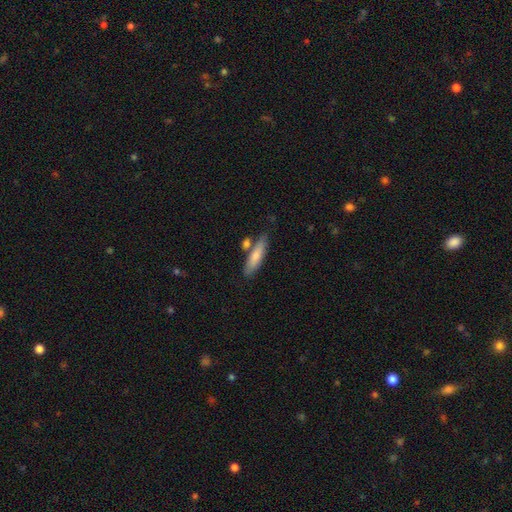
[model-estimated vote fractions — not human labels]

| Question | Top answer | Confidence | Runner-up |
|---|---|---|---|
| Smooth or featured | smooth | 77% | featured or disk (18%) |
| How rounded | cigar-shaped | 66% | in between (32%) |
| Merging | none | 68% | merger (15%) |